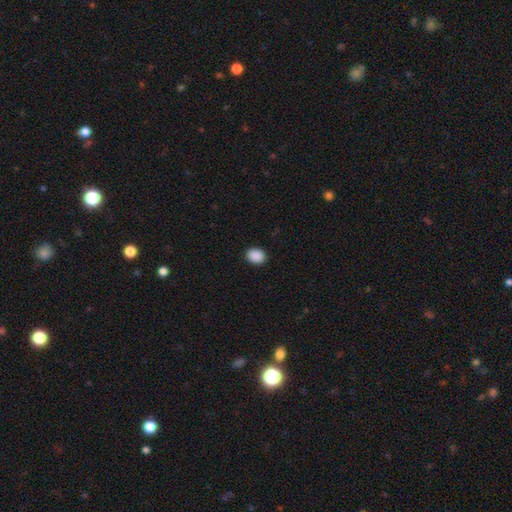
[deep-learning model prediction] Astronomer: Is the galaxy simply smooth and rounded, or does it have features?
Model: smooth — 90%.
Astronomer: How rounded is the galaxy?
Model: in between — 53% (runner-up: round, 46%).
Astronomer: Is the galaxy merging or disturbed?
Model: none — 91%.